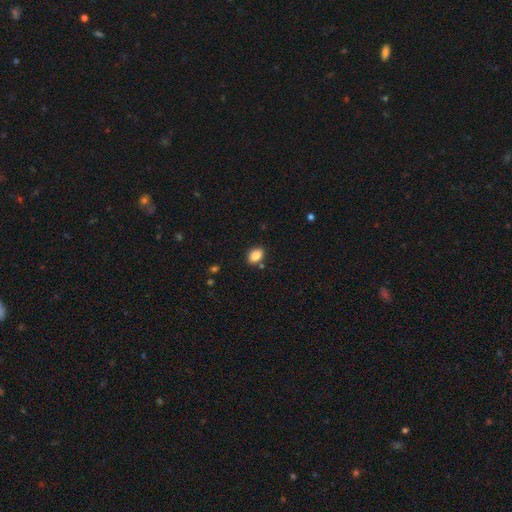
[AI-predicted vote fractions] Smooth or featured? smooth (86%)
How rounded? in between (83%)
Merging? none (84%)